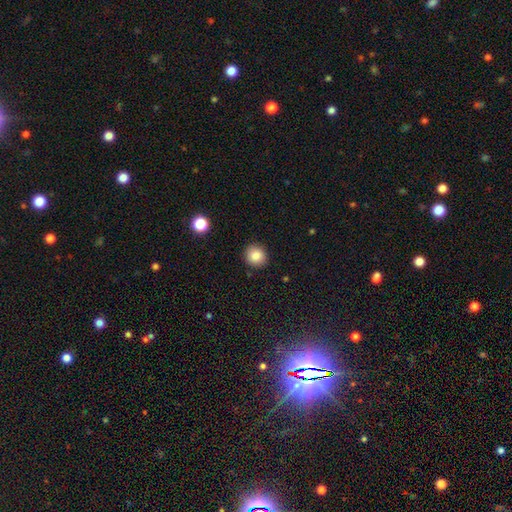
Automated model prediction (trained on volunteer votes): smooth 86%, star or artifact 10%, featured or disk 5%. Down the decision tree: how rounded — round (90%); merging — none (91%).